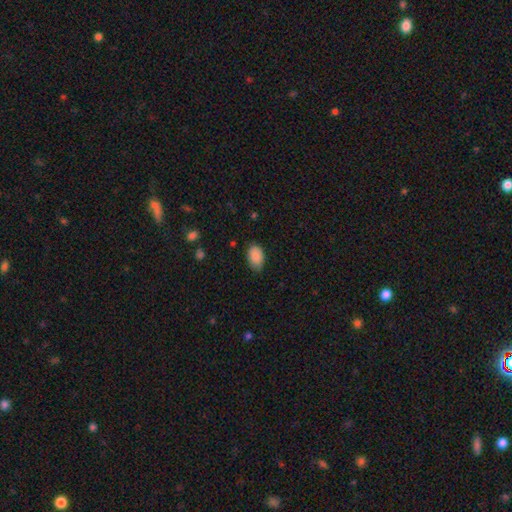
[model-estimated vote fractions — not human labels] This is clearly a smooth galaxy (89%). How rounded: clearly in between (89%). Merging: likely none (74%).